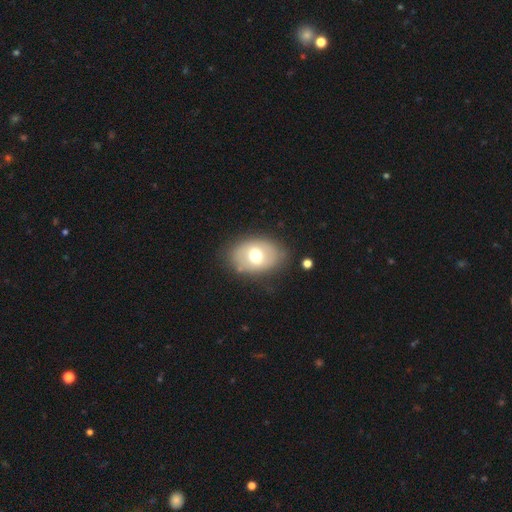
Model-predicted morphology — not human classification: Smooth or featured? Predicted: smooth (p=0.62). How rounded? Predicted: in between (p=0.76). Merging? Predicted: none (p=0.77).